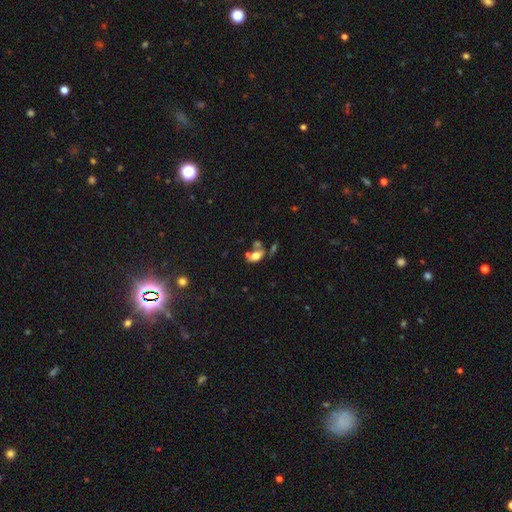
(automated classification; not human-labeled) Q: Smooth or featured?
A: smooth (60%); runner-up: featured or disk (28%)
Q: How rounded?
A: in between (80%); runner-up: round (16%)
Q: Merging?
A: none (38%); runner-up: merger (35%)